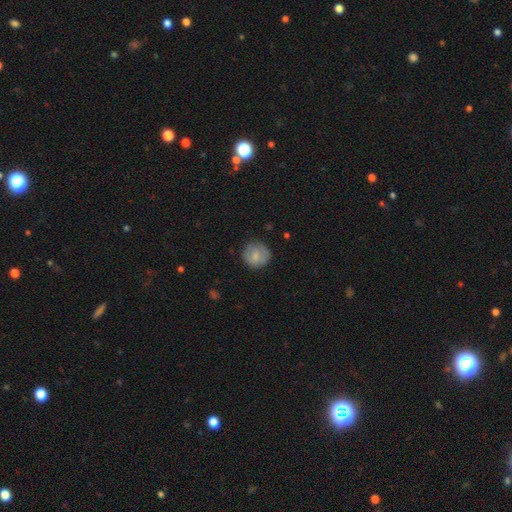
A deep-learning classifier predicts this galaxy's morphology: smooth 73%, featured or disk 20%, star or artifact 7%. Down the decision tree: how rounded — round (90%); merging — none (79%).